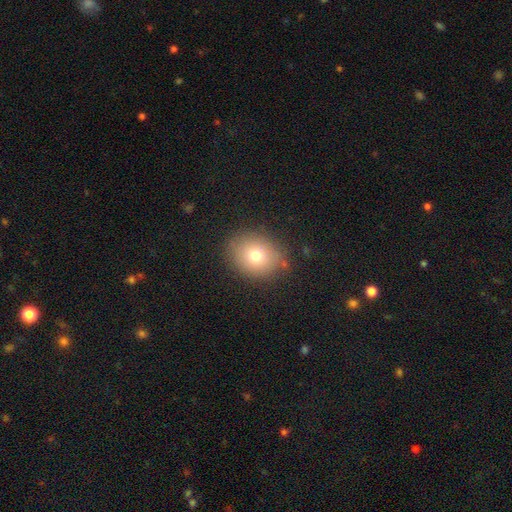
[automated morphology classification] This is likely a smooth galaxy (75%). How rounded: possibly round (53%). Merging: clearly none (83%).